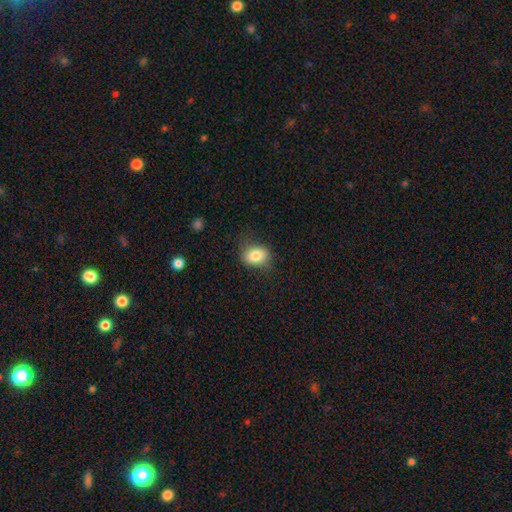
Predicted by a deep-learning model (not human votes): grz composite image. It shows a smooth galaxy with no disk features (81%) that is in between round and cigar-shaped (55%). Merging: none (75%).